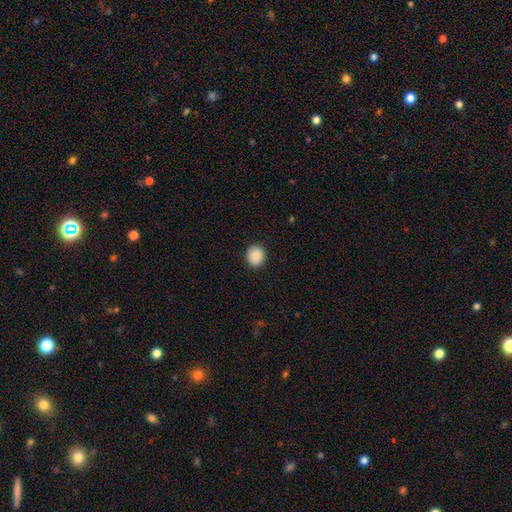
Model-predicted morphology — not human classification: The model was most divided on "how rounded": round: 80%, in between: 19%, cigar-shaped: 1%. More confident: merging — none (91%); smooth or featured — smooth (90%).